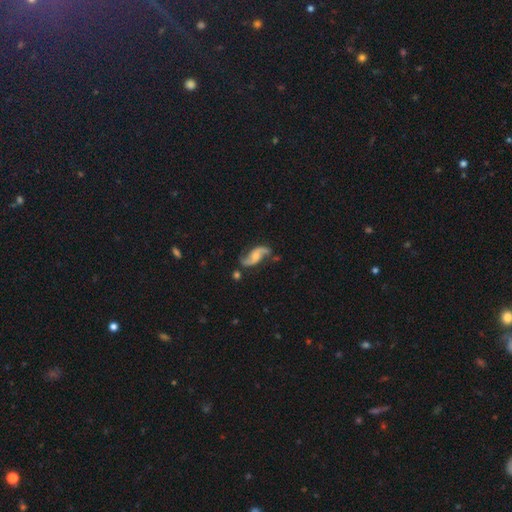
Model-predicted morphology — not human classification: A featured or disk galaxy (86%) with no bar (55%), 2 (94%) loose (72%) spiral arms (97%) and a small central bulge (40%). Merging: none (73%).